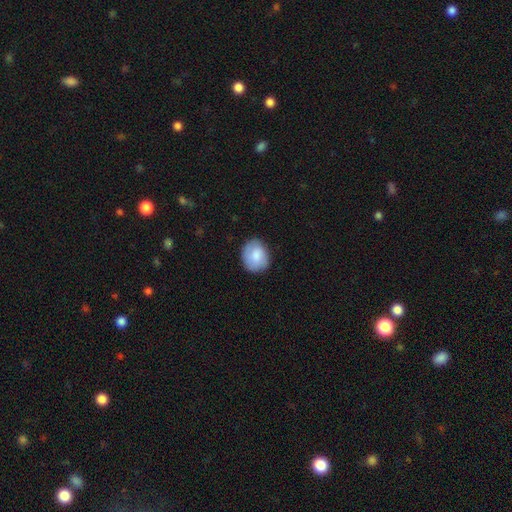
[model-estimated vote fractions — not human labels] smooth 79%, featured or disk 14%, star or artifact 6%. Down the decision tree: how rounded — round (60%); merging — none (79%).